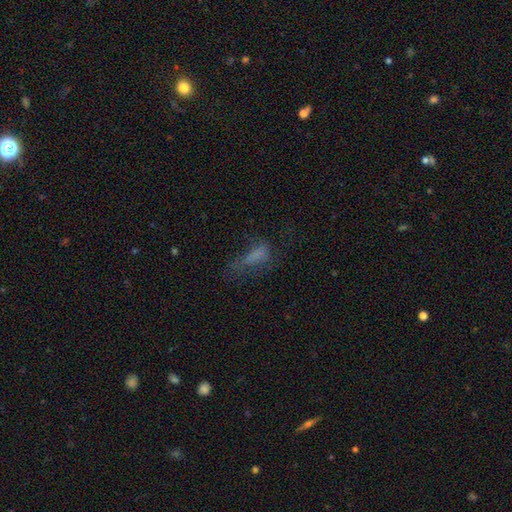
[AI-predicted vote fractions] This appears to be a smooth galaxy with no disk features (57%) that is in between round and cigar-shaped (59%). Merging: major disturbance (38%).